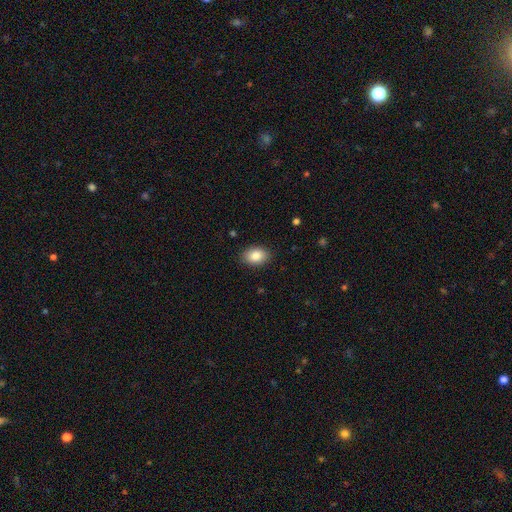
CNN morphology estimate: Smooth or featured: smooth — 86% (star or artifact — 8%)
How rounded: in between — 81% (round — 18%)
Merging: none — 88% (minor disturbance — 8%)